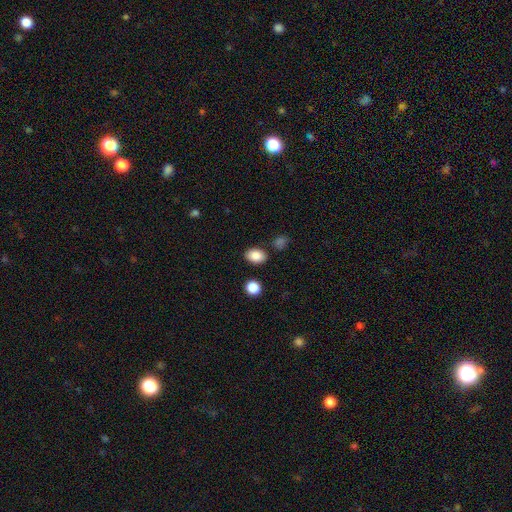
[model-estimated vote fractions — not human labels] This is clearly a smooth galaxy (87%). How rounded: likely in between (79%). Merging: clearly none (83%).